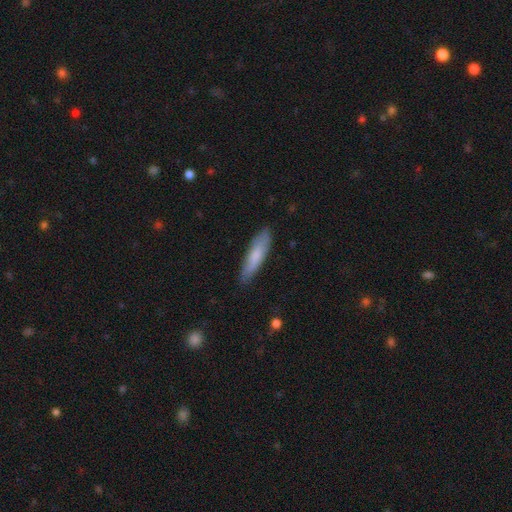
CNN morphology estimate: This appears to be a smooth galaxy with no disk features (74%) that is cigar-shaped (74%). Merging: none (83%).